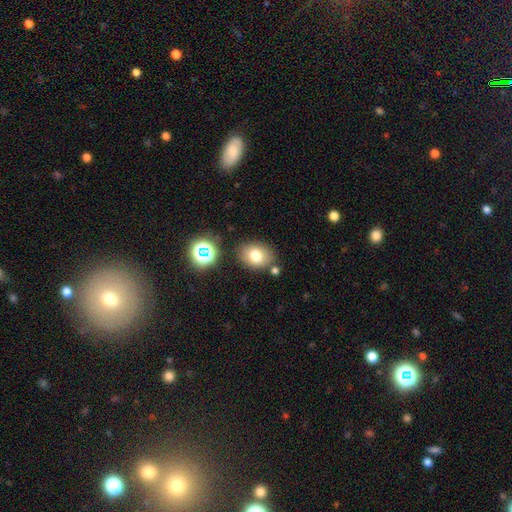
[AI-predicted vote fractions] Smooth or featured: smooth — 76% (star or artifact — 13%)
How rounded: in between — 60% (round — 39%)
Merging: none — 80% (minor disturbance — 11%)